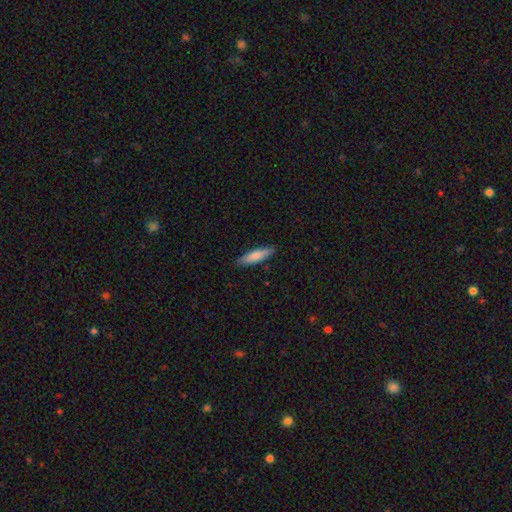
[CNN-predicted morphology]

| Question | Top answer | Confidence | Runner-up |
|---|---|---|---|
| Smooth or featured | smooth | 77% | featured or disk (17%) |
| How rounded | cigar-shaped | 70% | in between (28%) |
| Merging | none | 86% | minor disturbance (11%) |